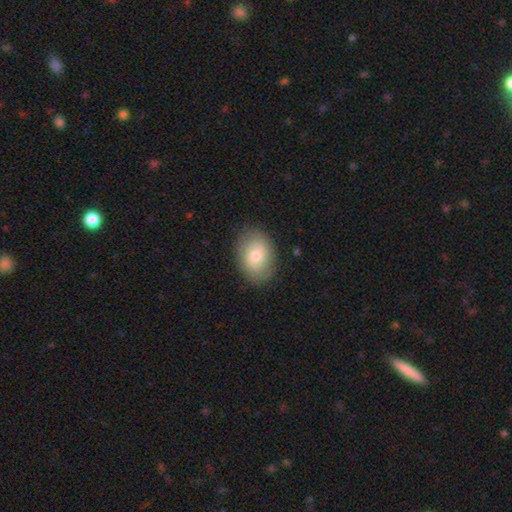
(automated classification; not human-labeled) A smooth galaxy with no disk features (74%) that is in between round and cigar-shaped (76%). Merging: none (84%).